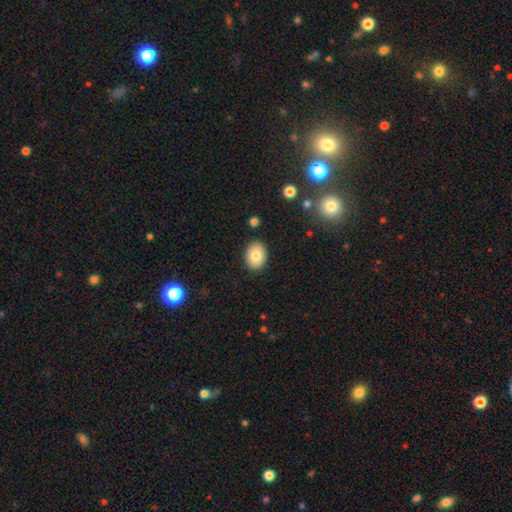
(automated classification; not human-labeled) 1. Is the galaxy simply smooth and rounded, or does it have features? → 82% smooth, 10% featured or disk, 8% star or artifact.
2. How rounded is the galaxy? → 72% in between, 27% round, 1% cigar-shaped.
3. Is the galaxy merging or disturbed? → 89% none, 8% minor disturbance, 2% major disturbance, 1% merger.